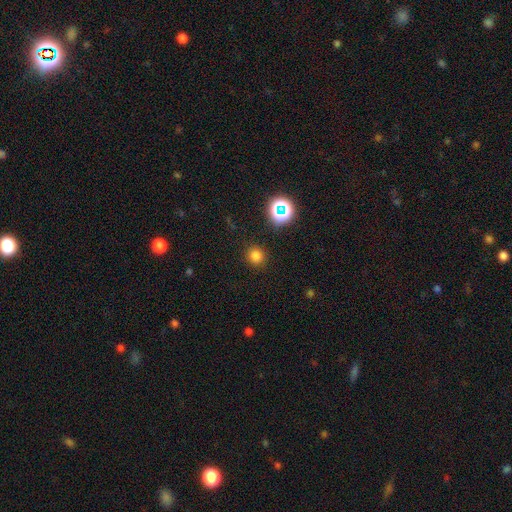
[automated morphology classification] This appears to be a smooth galaxy with no disk features (76%) that is round (92%). Merging: none (90%).